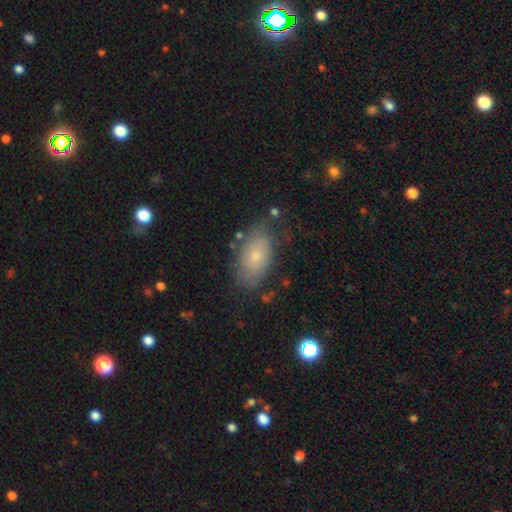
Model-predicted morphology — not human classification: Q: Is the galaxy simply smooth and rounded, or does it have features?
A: smooth — 66%.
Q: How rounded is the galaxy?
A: in between — 92%.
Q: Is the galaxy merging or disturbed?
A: none — 67%.